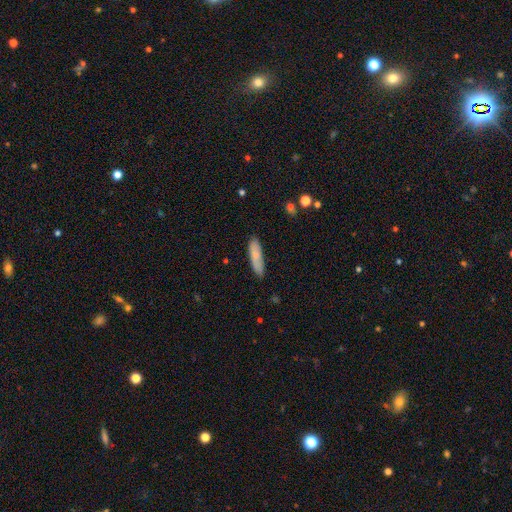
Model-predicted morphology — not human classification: Smooth or featured: smooth — 80% (featured or disk — 14%)
How rounded: cigar-shaped — 70% (in between — 29%)
Merging: none — 82% (minor disturbance — 14%)